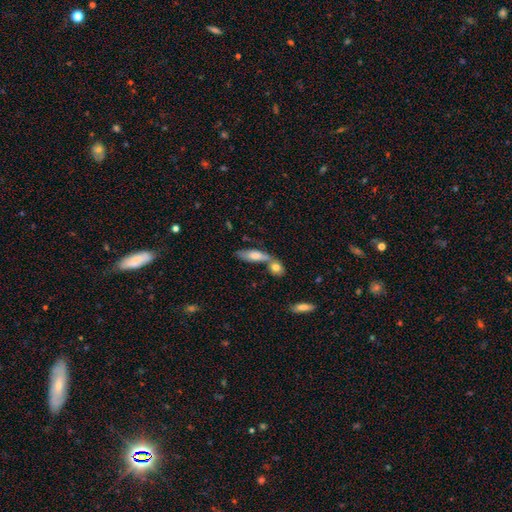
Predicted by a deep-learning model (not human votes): Morphology: type=smooth (73%); roundness=in between (65%); merging=merger (50%).